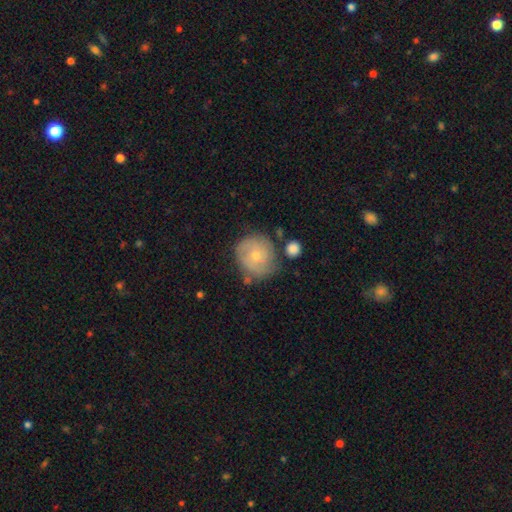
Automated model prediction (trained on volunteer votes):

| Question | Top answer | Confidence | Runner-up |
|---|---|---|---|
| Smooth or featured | smooth | 48% | featured or disk (45%) |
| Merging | none | 61% | minor disturbance (24%) |